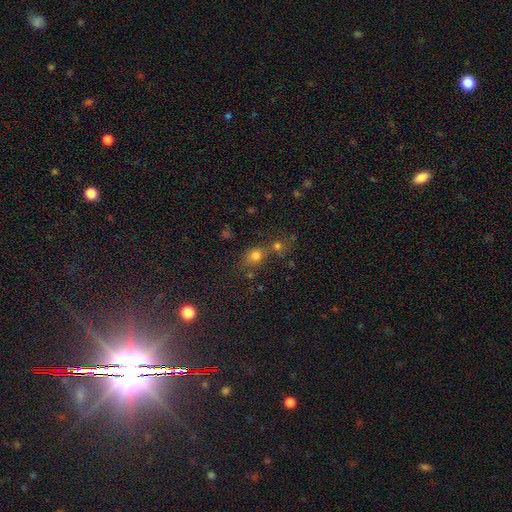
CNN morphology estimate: smooth-or-featured: smooth: 72% | star or artifact: 19% | featured or disk: 9%
  how-rounded: round: 65% | in between: 34% | cigar-shaped: 1%
  merging: none: 54% | merger: 29% | minor disturbance: 11% | major disturbance: 5%